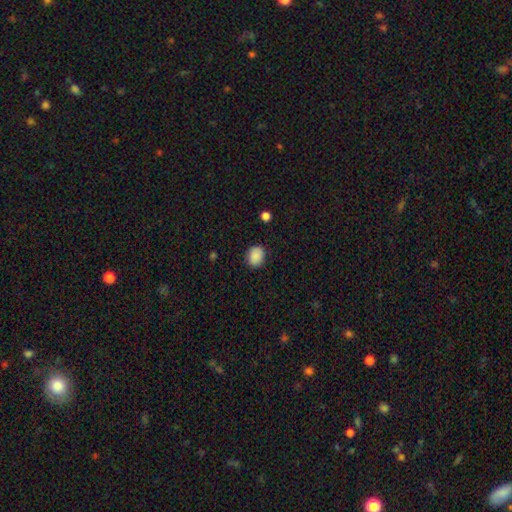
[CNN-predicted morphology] Smooth or featured? Predicted: smooth (p=0.88). How rounded? Predicted: round (p=0.53). Merging? Predicted: none (p=0.85).